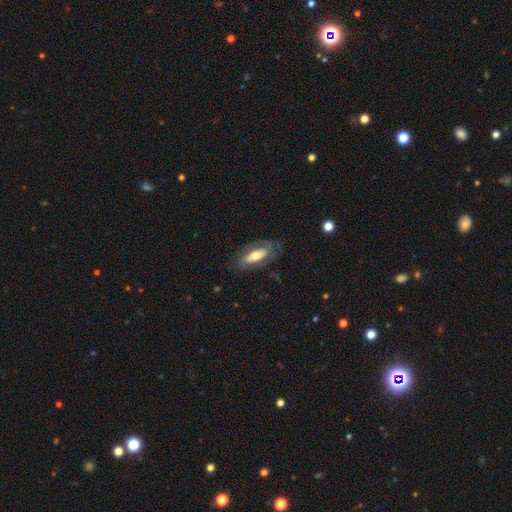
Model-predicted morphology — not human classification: Smooth or featured? smooth (49%)
Merging? none (75%)